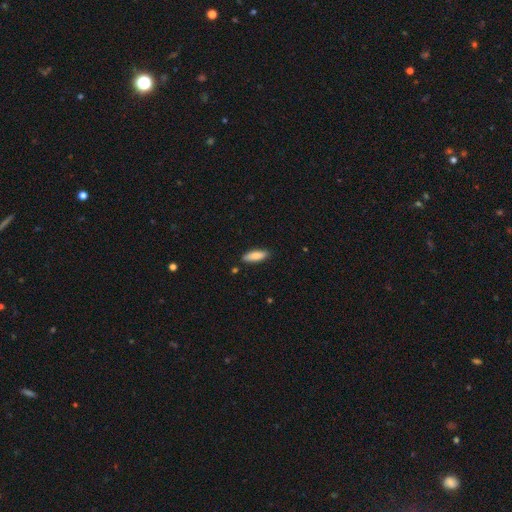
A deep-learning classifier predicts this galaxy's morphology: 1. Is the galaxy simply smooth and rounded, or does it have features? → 83% smooth, 11% featured or disk, 6% star or artifact.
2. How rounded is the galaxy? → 59% in between, 40% cigar-shaped, 2% round.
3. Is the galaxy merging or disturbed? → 85% none, 11% minor disturbance, 2% merger, 2% major disturbance.